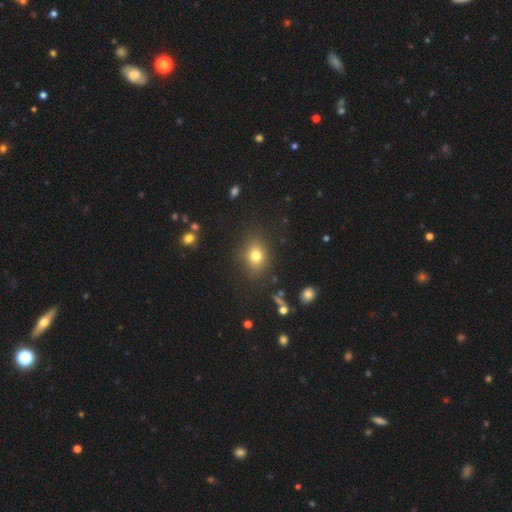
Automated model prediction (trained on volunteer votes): Q: Smooth or featured?
A: smooth (76%); runner-up: star or artifact (14%)
Q: How rounded?
A: round (51%); runner-up: in between (48%)
Q: Merging?
A: none (82%); runner-up: minor disturbance (11%)